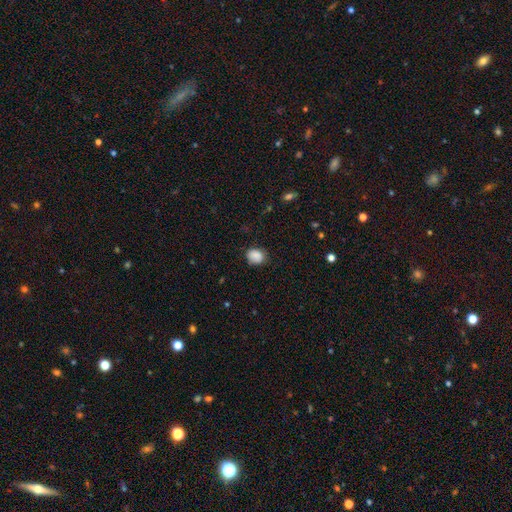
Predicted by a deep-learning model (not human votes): smooth 87%, star or artifact 9%, featured or disk 4%. Down the decision tree: how rounded — round (55%); merging — none (78%).